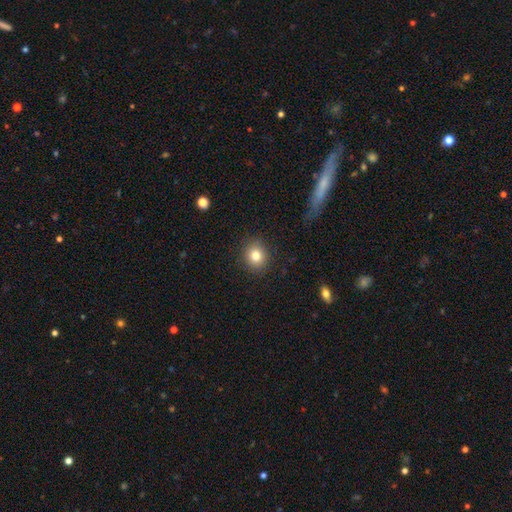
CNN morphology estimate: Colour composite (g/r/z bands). It shows a smooth galaxy with no disk features (81%) that is round (81%). Merging: none (89%).